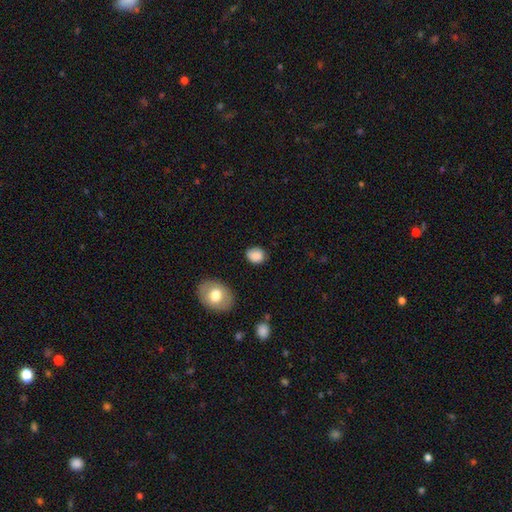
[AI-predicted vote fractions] Smooth or featured: smooth — 85% (star or artifact — 9%)
How rounded: round — 54% (in between — 45%)
Merging: none — 78% (minor disturbance — 17%)